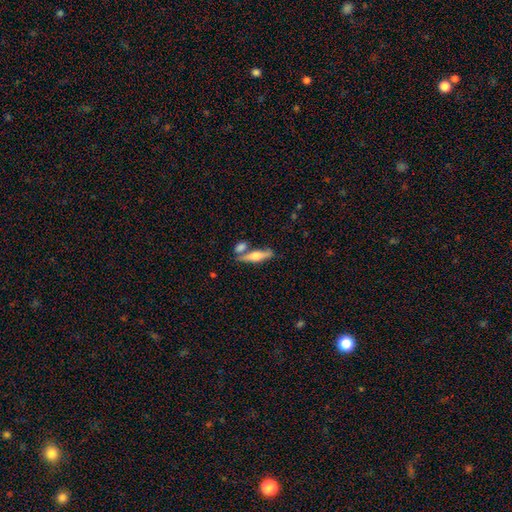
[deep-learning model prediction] Smooth or featured: featured or disk — 47% (tied with smooth — 47%)
Merging: none — 66% (merger — 19%)